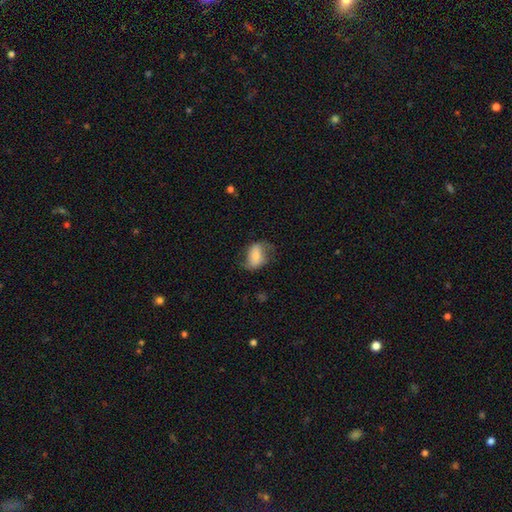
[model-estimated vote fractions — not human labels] The model was most divided on "smooth or featured": smooth: 50%, featured or disk: 43%, star or artifact: 8%. More confident: merging — none (55%).